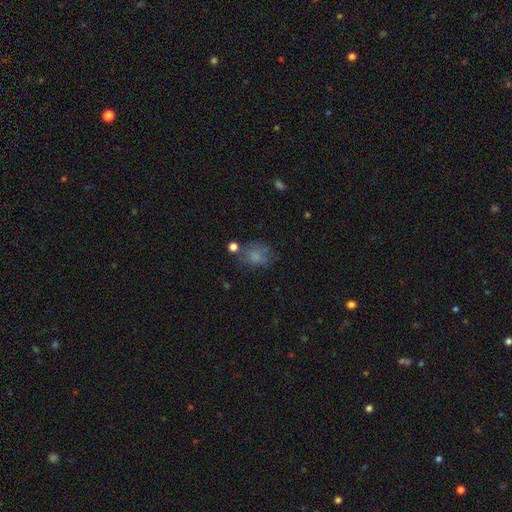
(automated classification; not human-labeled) Q: Smooth or featured?
A: smooth (66%); runner-up: featured or disk (19%)
Q: How rounded?
A: in between (58%); runner-up: round (41%)
Q: Merging?
A: none (47%); runner-up: minor disturbance (24%)